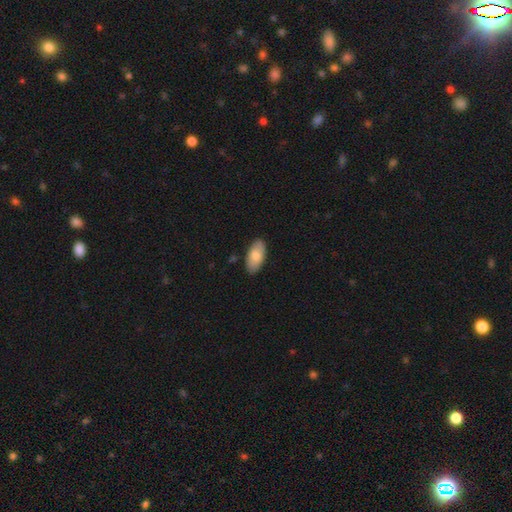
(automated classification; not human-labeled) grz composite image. It shows a smooth galaxy with no disk features (78%) that is in between round and cigar-shaped (93%). Merging: none (87%).